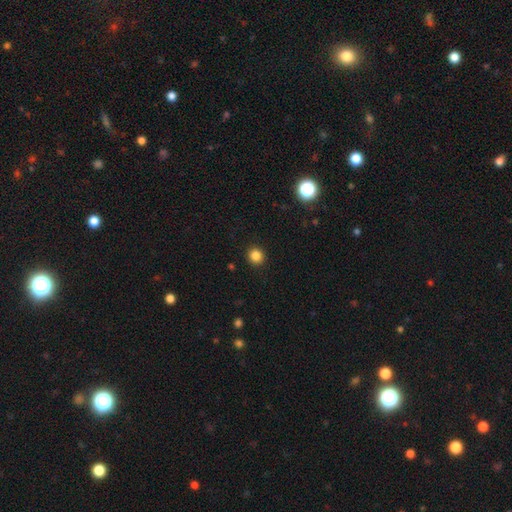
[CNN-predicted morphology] Q: Smooth or featured?
A: smooth (85%); runner-up: star or artifact (11%)
Q: How rounded?
A: round (88%); runner-up: in between (11%)
Q: Merging?
A: none (92%); runner-up: minor disturbance (5%)